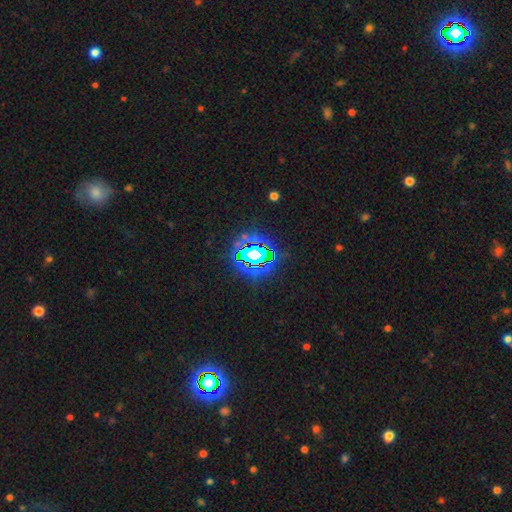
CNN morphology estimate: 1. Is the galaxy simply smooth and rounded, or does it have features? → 73% star or artifact, 14% smooth, 13% featured or disk.